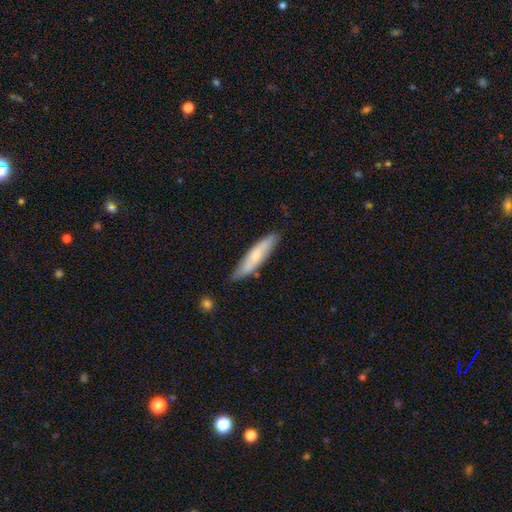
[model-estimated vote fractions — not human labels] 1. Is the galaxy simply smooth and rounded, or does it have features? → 63% smooth, 31% featured or disk, 6% star or artifact.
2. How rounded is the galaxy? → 79% cigar-shaped, 19% in between, 1% round.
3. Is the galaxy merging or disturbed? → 79% none, 16% minor disturbance, 3% major disturbance, 2% merger.